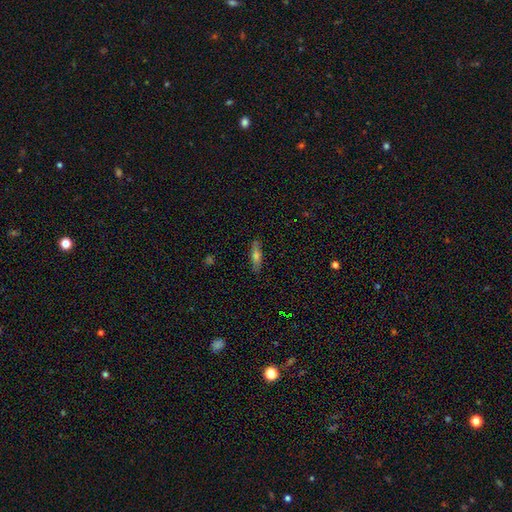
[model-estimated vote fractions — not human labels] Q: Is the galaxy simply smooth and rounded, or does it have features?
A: smooth — 60%.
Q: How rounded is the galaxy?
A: cigar-shaped — 68%.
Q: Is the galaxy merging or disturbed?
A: none — 86%.